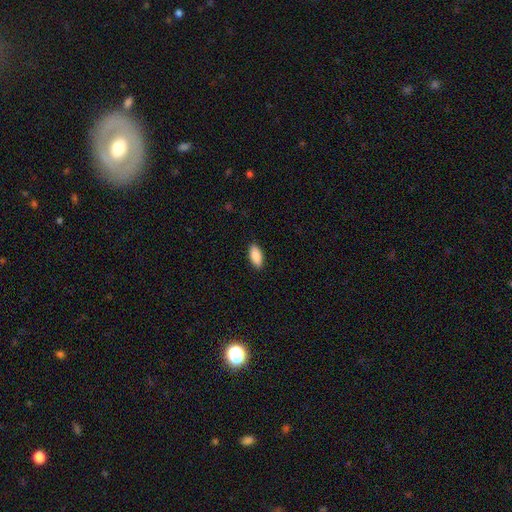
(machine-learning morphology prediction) smooth-or-featured: smooth: 89% | star or artifact: 6% | featured or disk: 5%
  how-rounded: in between: 87% | cigar-shaped: 11% | round: 2%
  merging: none: 89% | minor disturbance: 8% | major disturbance: 2% | merger: 1%